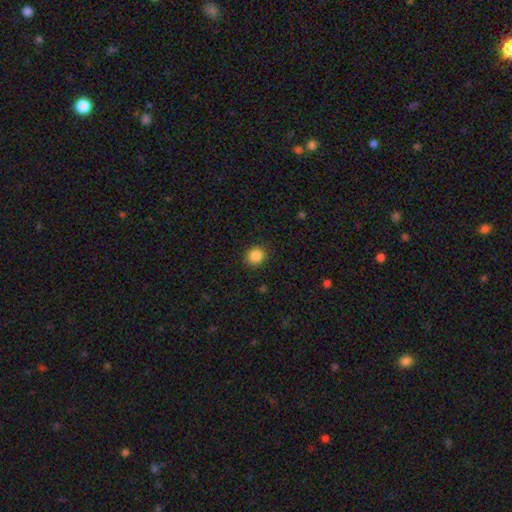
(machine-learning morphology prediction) The model was most divided on "how rounded": round: 81%, in between: 18%, cigar-shaped: 1%. More confident: merging — none (88%); smooth or featured — smooth (86%).